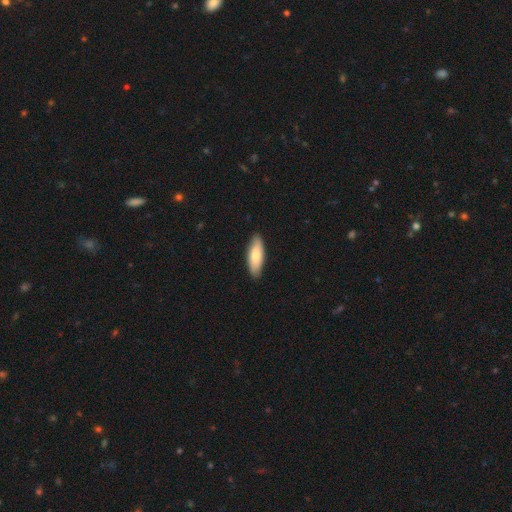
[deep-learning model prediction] Smooth or featured?
  - smooth: 78% *
  - featured or disk: 17%
  - star or artifact: 5%
How rounded?
  - in between: 63% *
  - cigar-shaped: 35%
  - round: 2%
Merging?
  - none: 88% *
  - minor disturbance: 10%
  - major disturbance: 2%
  - merger: 1%